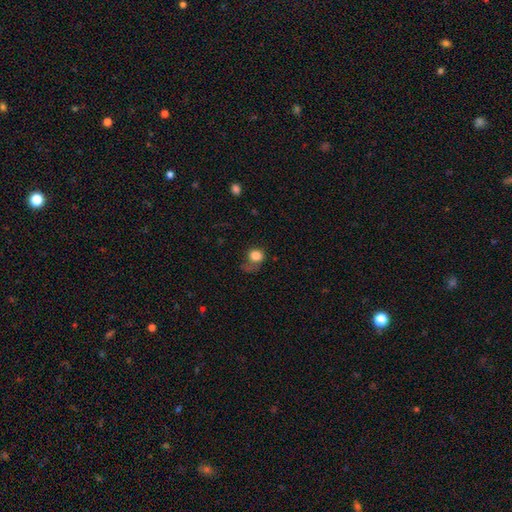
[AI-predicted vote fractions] The model was most divided on "merging": none: 36%, major disturbance: 35%, minor disturbance: 26%, merger: 3%. More confident: smooth or featured — smooth (79%); how rounded — round (67%).